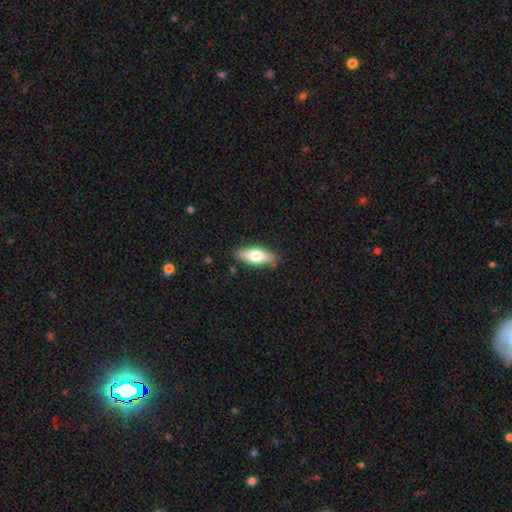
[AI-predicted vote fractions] Smooth or featured? Predicted: smooth (p=0.70). How rounded? Predicted: in between (p=0.76). Merging? Predicted: none (p=0.85).